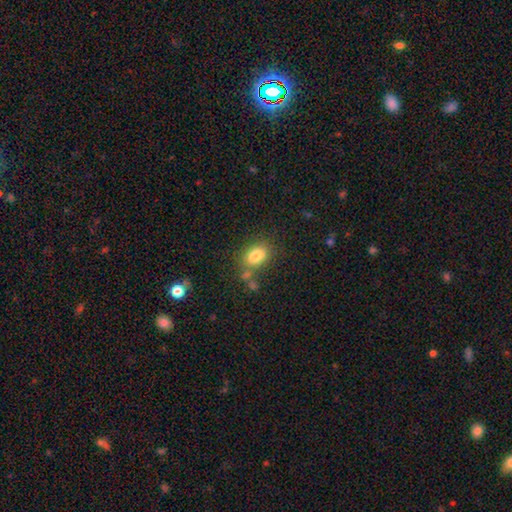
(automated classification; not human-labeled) smooth-or-featured: smooth: 81% | star or artifact: 10% | featured or disk: 9%
  how-rounded: in between: 67% | round: 31% | cigar-shaped: 1%
  merging: none: 65% | minor disturbance: 17% | merger: 12% | major disturbance: 6%